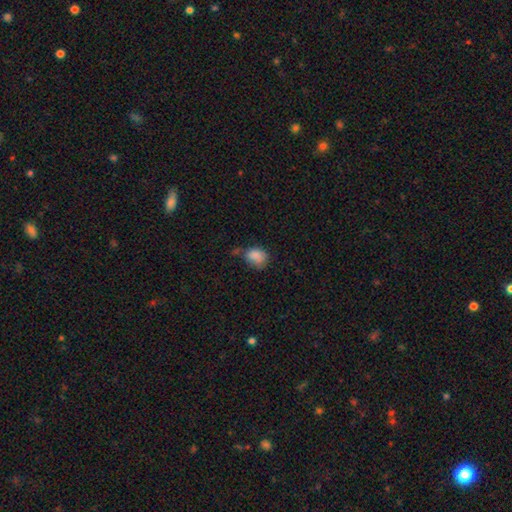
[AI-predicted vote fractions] smooth-or-featured: smooth: 84% | star or artifact: 10% | featured or disk: 6%
  how-rounded: in between: 58% | round: 40% | cigar-shaped: 1%
  merging: none: 43% | minor disturbance: 32% | major disturbance: 13% | merger: 11%